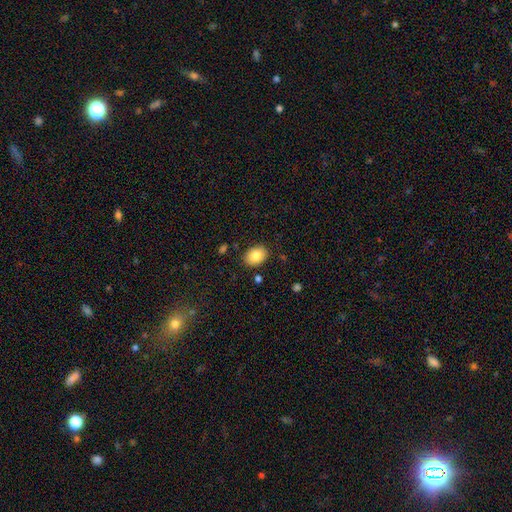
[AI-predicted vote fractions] A smooth galaxy with no disk features (84%) that is in between round and cigar-shaped (71%).

Vote fractions:
- Smooth or featured? smooth: 84% / featured or disk: 8% / star or artifact: 8%
- How rounded? in between: 71% / round: 28% / cigar-shaped: 1%
- Merging? none: 86% / minor disturbance: 10% / major disturbance: 2% / merger: 2%